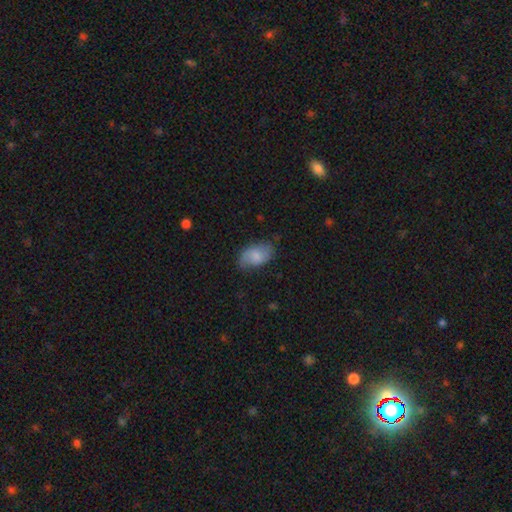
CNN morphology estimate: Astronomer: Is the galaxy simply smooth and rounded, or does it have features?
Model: smooth — 73%.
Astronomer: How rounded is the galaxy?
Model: in between — 93%.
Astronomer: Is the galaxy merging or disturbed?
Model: none — 70%.